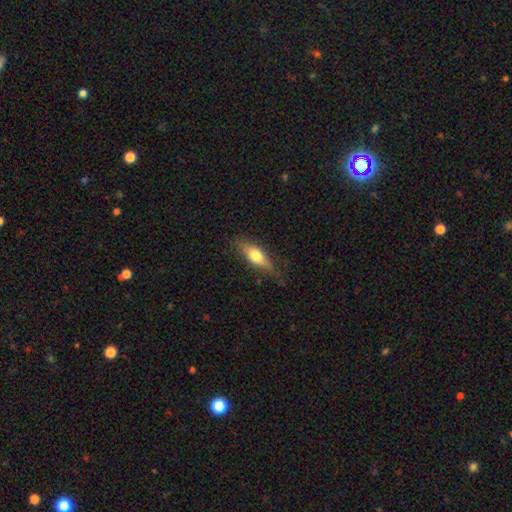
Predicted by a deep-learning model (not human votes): This appears to be a smooth galaxy with no disk features (62%) that is in between round and cigar-shaped (60%). Merging: none (74%).